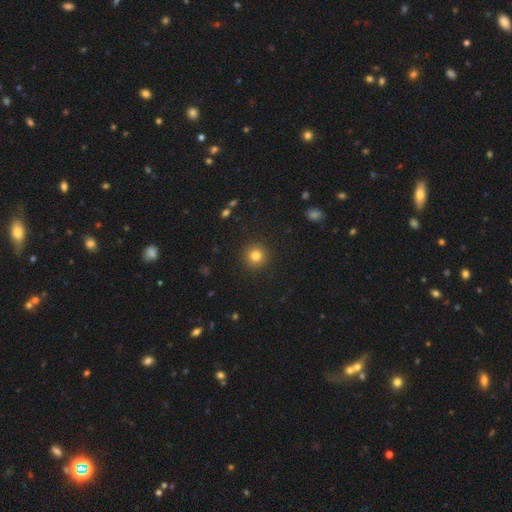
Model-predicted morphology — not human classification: smooth_or_featured: smooth (p=0.81) [alt: star or artifact p=0.13]
how_rounded: round (p=0.95) [alt: in between p=0.04]
merging: none (p=0.92) [alt: minor disturbance p=0.05]